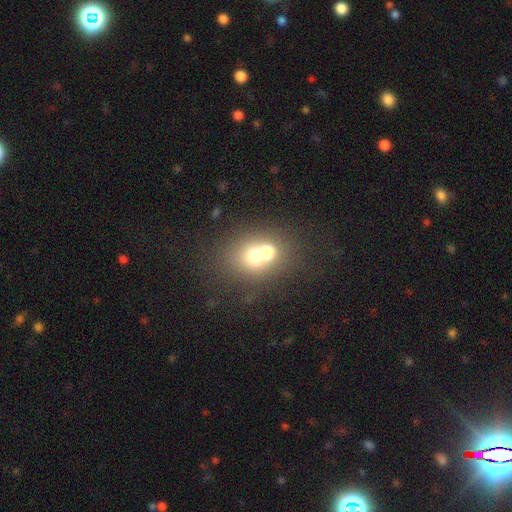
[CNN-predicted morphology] Smooth or featured?
  - smooth: 63% *
  - featured or disk: 20%
  - star or artifact: 16%
How rounded?
  - round: 70% *
  - in between: 29%
  - cigar-shaped: 1%
Merging?
  - merger: 60% *
  - none: 30%
  - minor disturbance: 6%
  - major disturbance: 4%